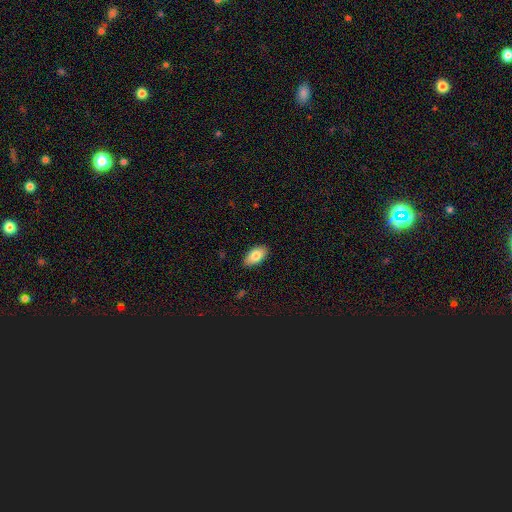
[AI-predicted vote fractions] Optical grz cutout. It shows a smooth galaxy with no disk features (82%) that is in between round and cigar-shaped (94%). Merging: none (88%).